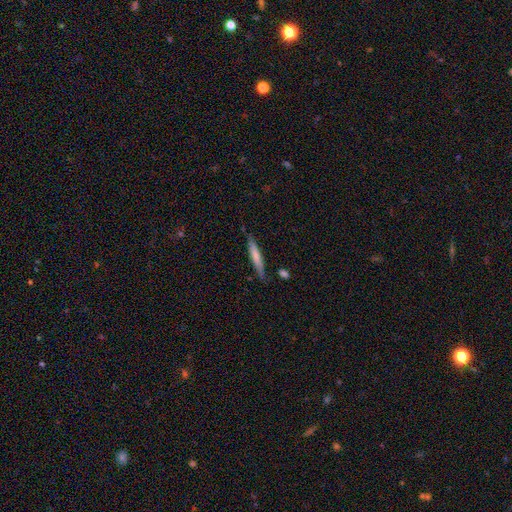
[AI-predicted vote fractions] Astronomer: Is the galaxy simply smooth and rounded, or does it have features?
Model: smooth — 66%.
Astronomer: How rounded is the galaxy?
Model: cigar-shaped — 93%.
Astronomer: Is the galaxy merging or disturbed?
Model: none — 79%.